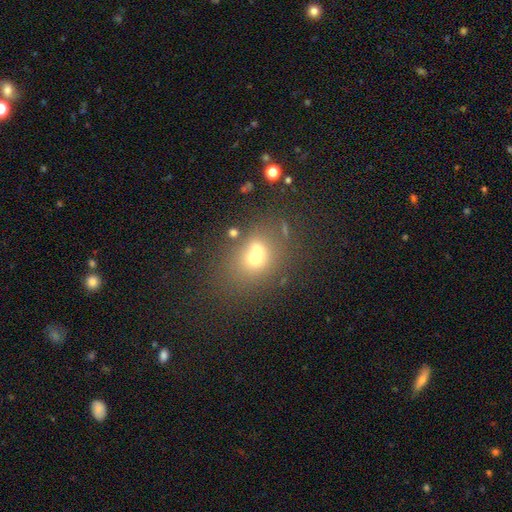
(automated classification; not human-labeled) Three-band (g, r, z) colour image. It shows a smooth galaxy with no disk features (62%) that is round (64%). Merging: merger (52%).